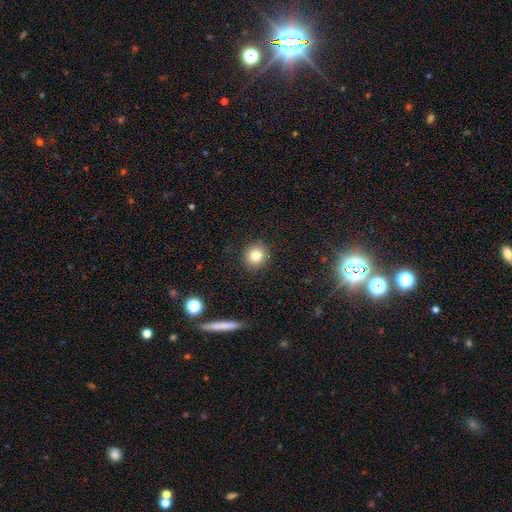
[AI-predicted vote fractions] Smooth or featured?
  - smooth: 82% *
  - star or artifact: 11%
  - featured or disk: 8%
How rounded?
  - round: 90% *
  - in between: 9%
  - cigar-shaped: 1%
Merging?
  - none: 91% *
  - minor disturbance: 6%
  - major disturbance: 2%
  - merger: 1%